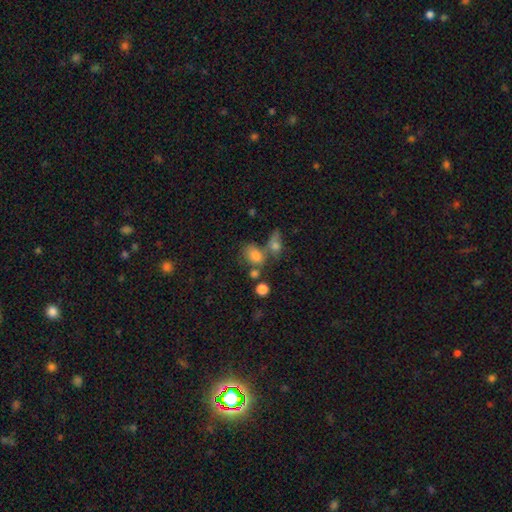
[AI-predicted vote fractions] This is likely a smooth galaxy (77%). How rounded: likely in between (69%). Merging: marginally none (42%).